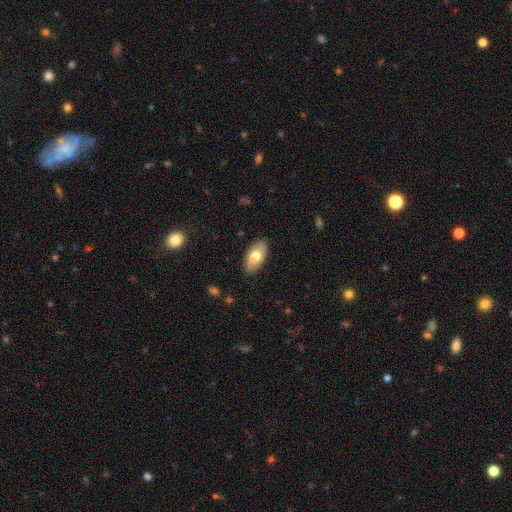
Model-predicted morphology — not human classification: Smooth or featured? smooth (73%)
How rounded? in between (93%)
Merging? none (87%)